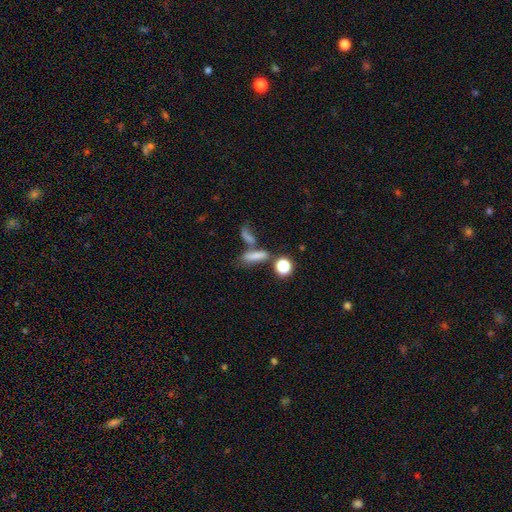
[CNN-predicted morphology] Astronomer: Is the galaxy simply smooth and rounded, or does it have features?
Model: smooth — 72%.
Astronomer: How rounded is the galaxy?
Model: cigar-shaped — 49% (runner-up: in between, 42%).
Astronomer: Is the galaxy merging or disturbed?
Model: none — 43% (runner-up: merger, 36%).